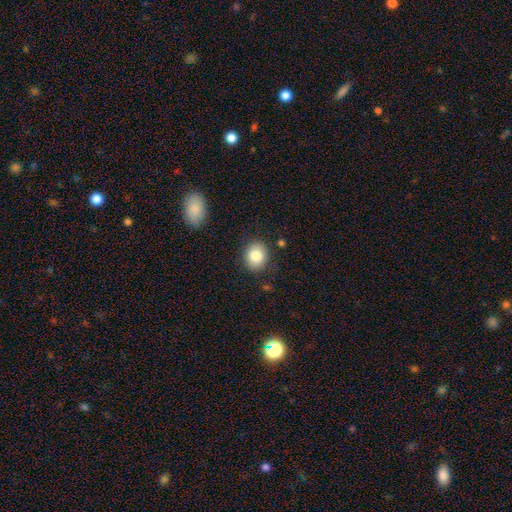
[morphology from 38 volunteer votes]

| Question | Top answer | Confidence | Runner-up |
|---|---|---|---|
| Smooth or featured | smooth | 87% | featured or disk (11%) |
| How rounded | round | 61% | in between (39%) |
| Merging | none | 84% | minor disturbance (8%) |